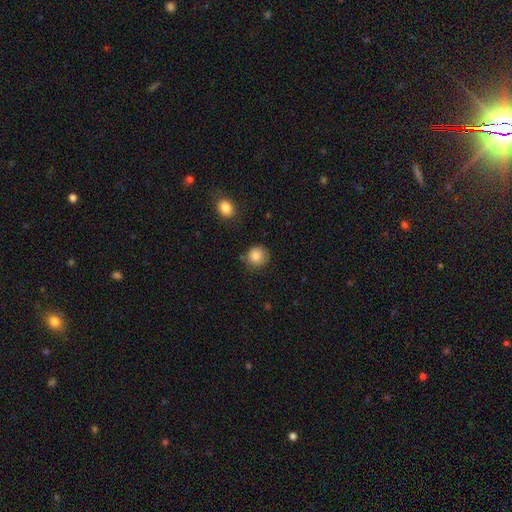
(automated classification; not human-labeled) Overall: smooth (84%). How rounded: round (88%). Merging: none (76%).